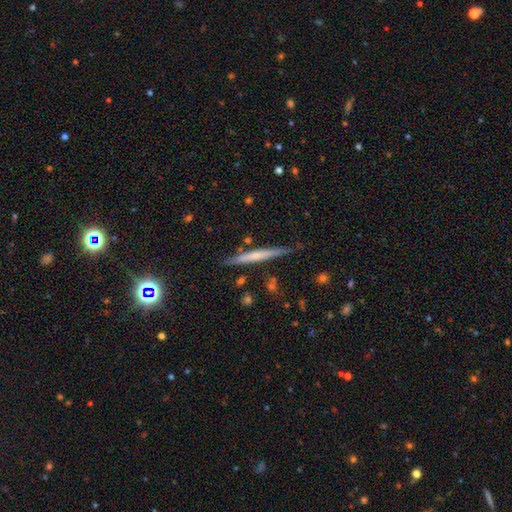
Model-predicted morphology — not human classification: type=featured or disk (50%); edge-on=yes (96%); merging=none (84%).